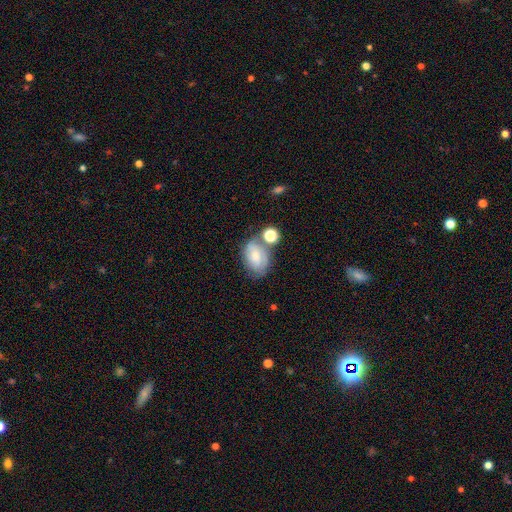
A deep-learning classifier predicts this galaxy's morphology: A smooth galaxy with no disk features (61%) that is in between round and cigar-shaped (78%). Merging: none (46%).